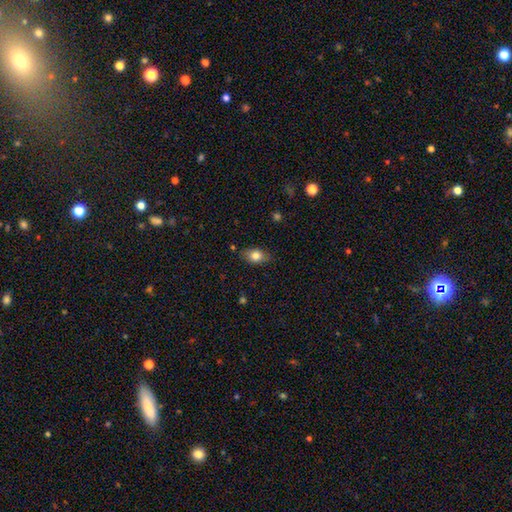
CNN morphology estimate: This appears to be a smooth galaxy with no disk features (78%) that is in between round and cigar-shaped (82%). Merging: none (81%).